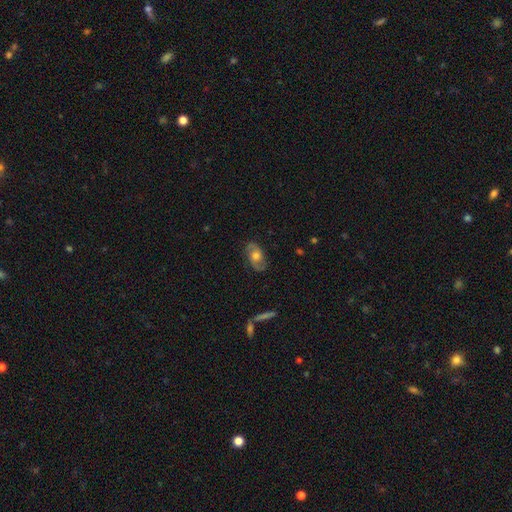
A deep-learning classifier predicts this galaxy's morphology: smooth_or_featured: featured or disk (p=0.63) [alt: smooth p=0.30]
disk_edge_on: no (p=0.93) [alt: yes p=0.07]
bar: no (p=0.72) [alt: weak p=0.23]
has_spiral_arms: yes (p=0.81) [alt: no p=0.19]
bulge_size: moderate (p=0.58) [alt: large p=0.28]
merging: none (p=0.81) [alt: minor disturbance p=0.14]